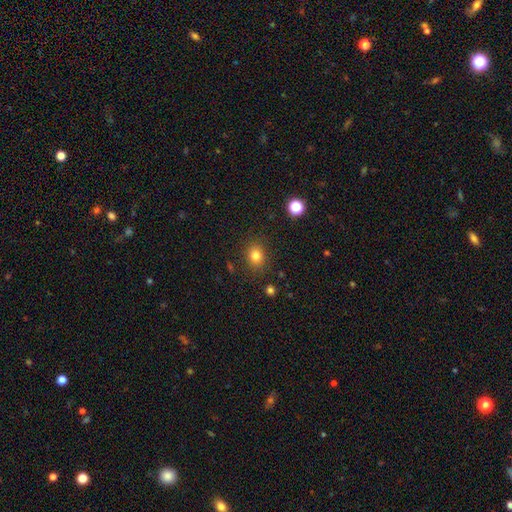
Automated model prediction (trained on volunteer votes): Smooth or featured? Predicted: smooth (p=0.81). How rounded? Predicted: round (p=0.58). Merging? Predicted: none (p=0.86).